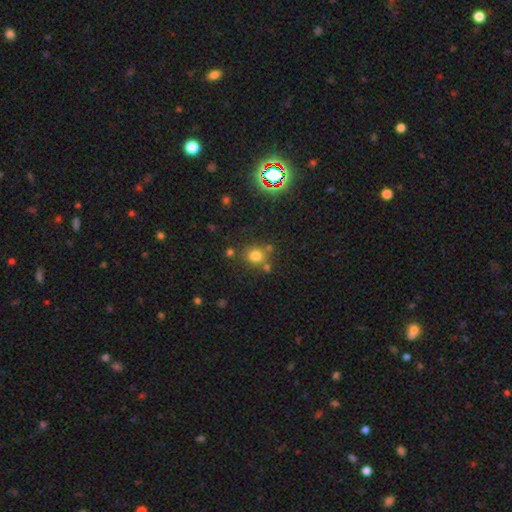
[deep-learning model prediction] The model was most divided on "merging": none: 70%, merger: 14%, minor disturbance: 11%, major disturbance: 4%. More confident: how rounded — round (82%); smooth or featured — smooth (74%).